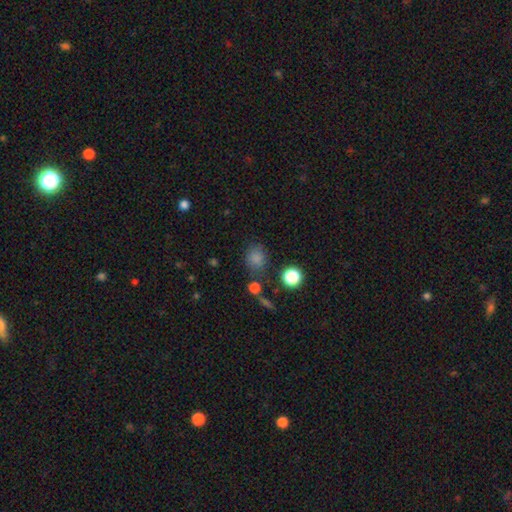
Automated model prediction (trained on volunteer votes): This appears to be a smooth galaxy with no disk features (76%) that is round (67%). Merging: none (78%).